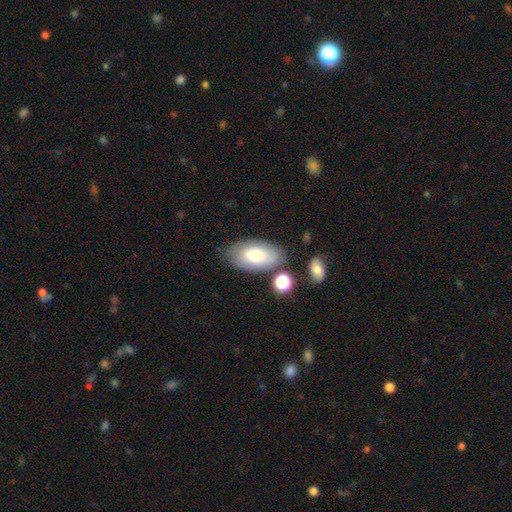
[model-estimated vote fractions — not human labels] smooth-or-featured: smooth: 76% | featured or disk: 17% | star or artifact: 8%
  how-rounded: in between: 94% | round: 4% | cigar-shaped: 2%
  merging: none: 74% | minor disturbance: 16% | merger: 6% | major disturbance: 4%